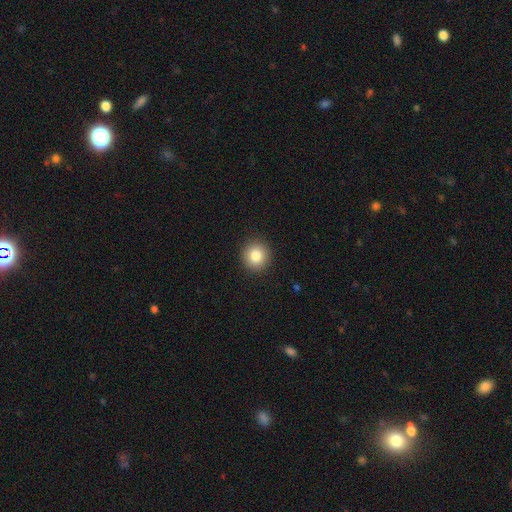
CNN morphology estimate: A smooth galaxy with no disk features (83%) that is round (92%). Merging: none (92%).